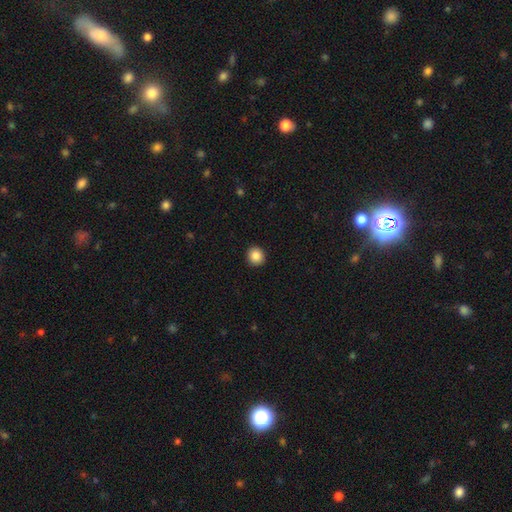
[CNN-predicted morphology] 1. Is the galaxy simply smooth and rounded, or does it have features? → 87% smooth, 9% star or artifact, 4% featured or disk.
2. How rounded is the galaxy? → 90% round, 9% in between, 1% cigar-shaped.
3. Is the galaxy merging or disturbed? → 93% none, 4% minor disturbance, 1% major disturbance, 1% merger.